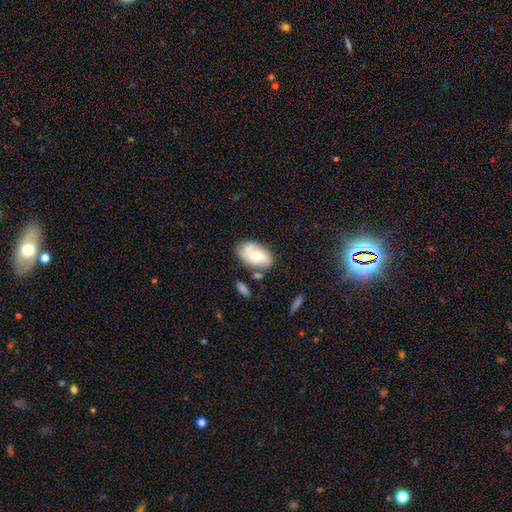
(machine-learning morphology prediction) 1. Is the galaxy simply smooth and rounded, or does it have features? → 53% featured or disk, 39% smooth, 7% star or artifact.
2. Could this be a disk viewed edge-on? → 95% no, 5% yes.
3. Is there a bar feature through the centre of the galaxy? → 59% no, 33% weak, 8% strong.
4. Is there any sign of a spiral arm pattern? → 85% yes, 15% no.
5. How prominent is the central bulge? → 52% moderate, 33% small, 8% large, 5% none, 2% dominant.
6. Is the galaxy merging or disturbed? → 61% none, 22% minor disturbance, 10% merger, 8% major disturbance.